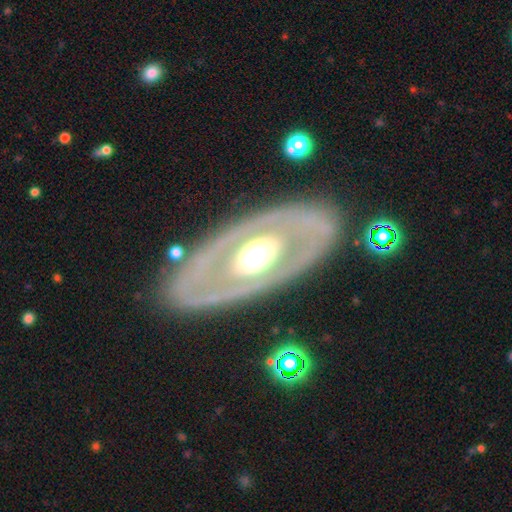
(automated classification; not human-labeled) Smooth or featured: featured or disk — 73% (smooth — 22%)
Edge-on disk: no — 86% (yes — 14%)
Bar: no — 83% (weak — 10%)
Spiral arms: no — 79% (yes — 21%)
Bulge size: moderate — 58% (large — 33%)
Merging: none — 81% (minor disturbance — 11%)